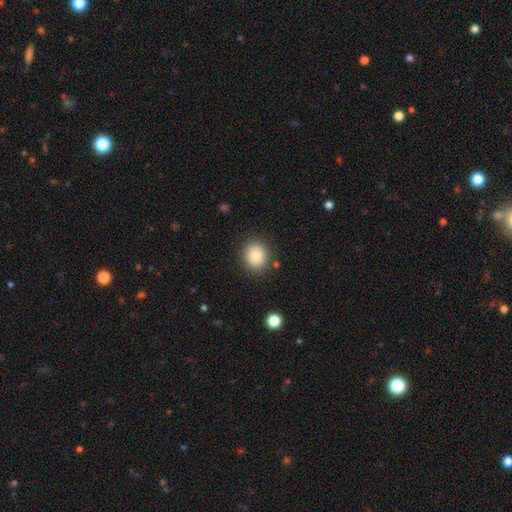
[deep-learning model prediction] The model was most divided on "how rounded": round: 75%, in between: 24%, cigar-shaped: 1%. More confident: merging — none (86%); smooth or featured — smooth (82%).